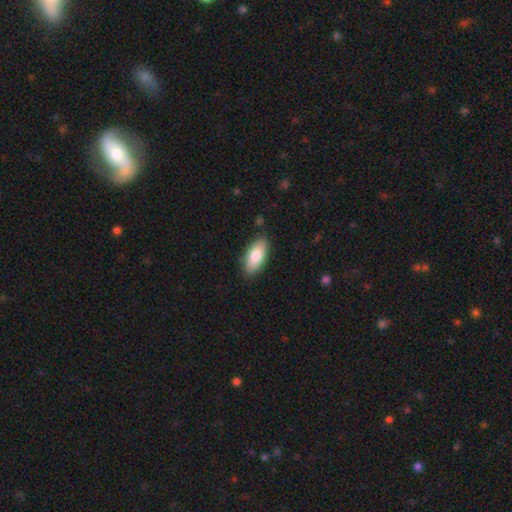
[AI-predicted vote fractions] Smooth or featured? Predicted: smooth (p=0.81). How rounded? Predicted: in between (p=0.87). Merging? Predicted: none (p=0.86).